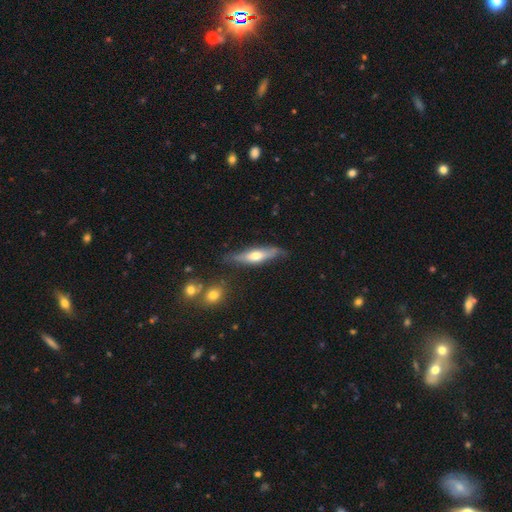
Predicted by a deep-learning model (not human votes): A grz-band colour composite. It shows a featured or disk galaxy (48%). Merging: none (69%).